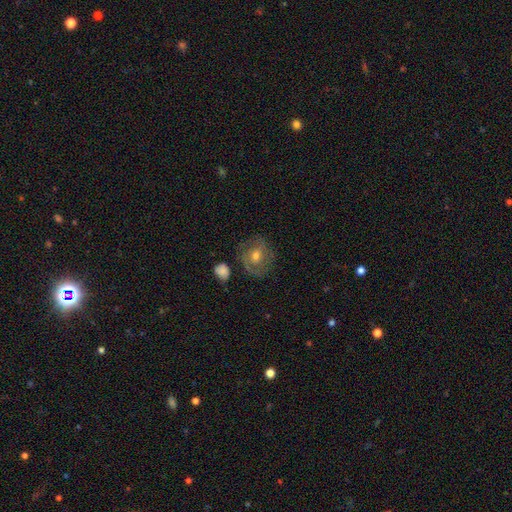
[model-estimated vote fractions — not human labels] Overall: featured or disk (59%; smooth 33%). Edge-on disk: no (96%). Bar: no (65%; weak 28%). Spiral arms: yes (74%). Bulge size: moderate (66%; small 28%). Merging: none (70%).